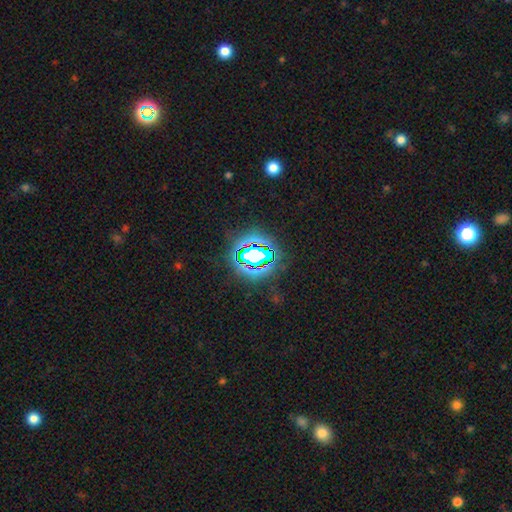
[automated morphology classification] Smooth or featured? Predicted: star or artifact (p=0.70).